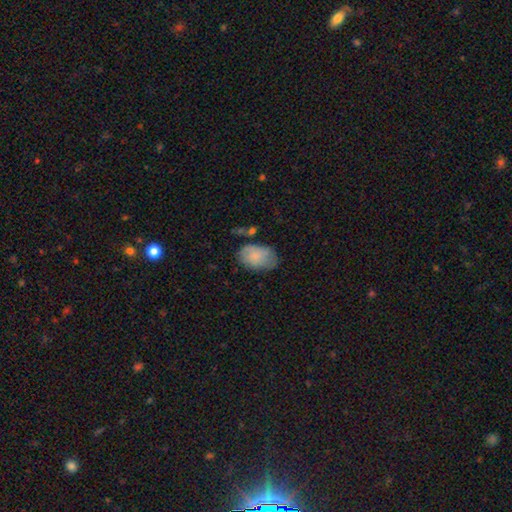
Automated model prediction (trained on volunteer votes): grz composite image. It shows a smooth galaxy with no disk features (81%) that is in between round and cigar-shaped (89%). Merging: none (58%).